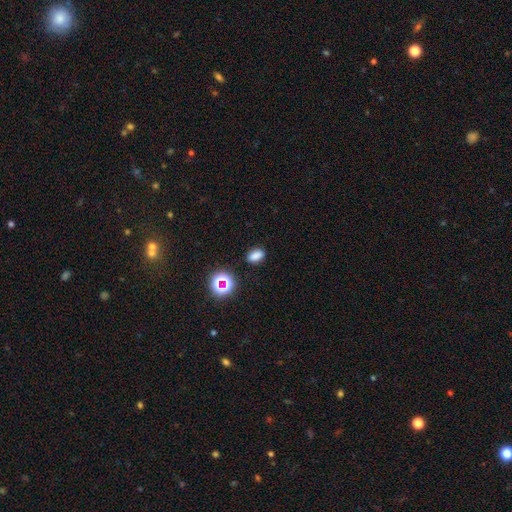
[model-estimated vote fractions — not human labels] A smooth galaxy with no disk features (78%) that is in between round and cigar-shaped (83%). Merging: none (86%).